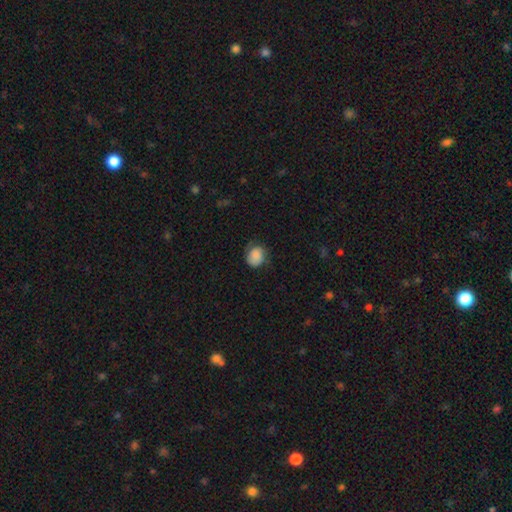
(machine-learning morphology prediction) Overall: smooth (83%). How rounded: round (58%; in between 41%). Merging: none (60%; minor disturbance 29%).